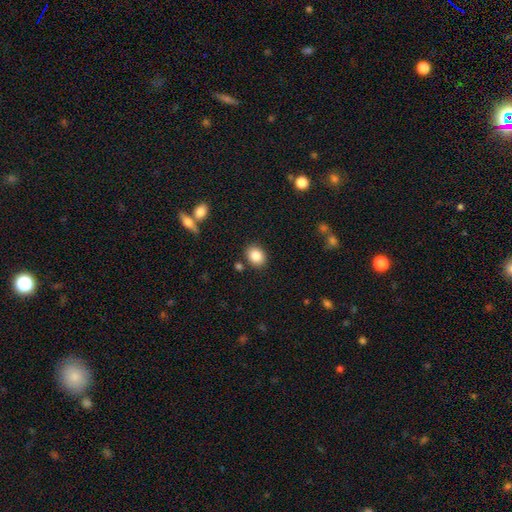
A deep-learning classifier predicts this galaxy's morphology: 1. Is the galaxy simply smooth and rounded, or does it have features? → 85% smooth, 9% star or artifact, 6% featured or disk.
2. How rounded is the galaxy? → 50% round, 49% in between, 1% cigar-shaped.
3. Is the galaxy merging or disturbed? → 85% none, 9% minor disturbance, 4% merger, 3% major disturbance.